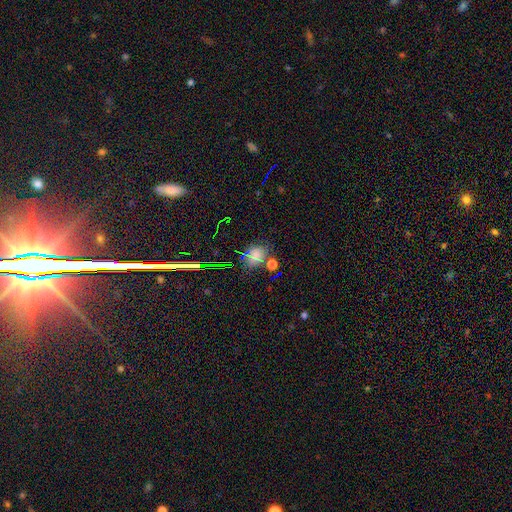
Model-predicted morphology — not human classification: smooth-or-featured: smooth: 61% | star or artifact: 30% | featured or disk: 9%
  how-rounded: round: 59% | in between: 39% | cigar-shaped: 2%
  merging: none: 65% | minor disturbance: 17% | merger: 11% | major disturbance: 7%